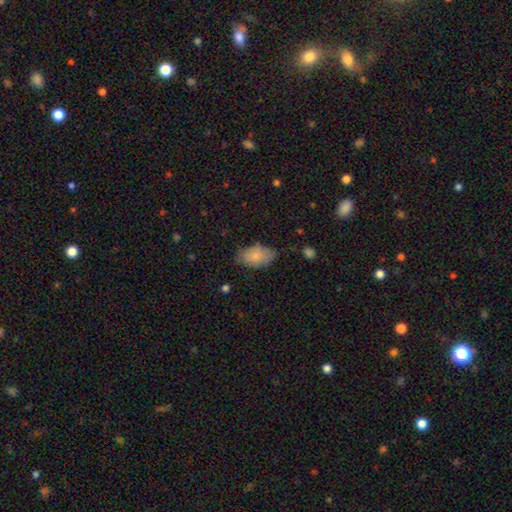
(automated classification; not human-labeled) Smooth or featured?
  - smooth: 80% *
  - featured or disk: 13%
  - star or artifact: 7%
How rounded?
  - in between: 93% *
  - round: 5%
  - cigar-shaped: 2%
Merging?
  - none: 64% *
  - minor disturbance: 28%
  - major disturbance: 6%
  - merger: 2%